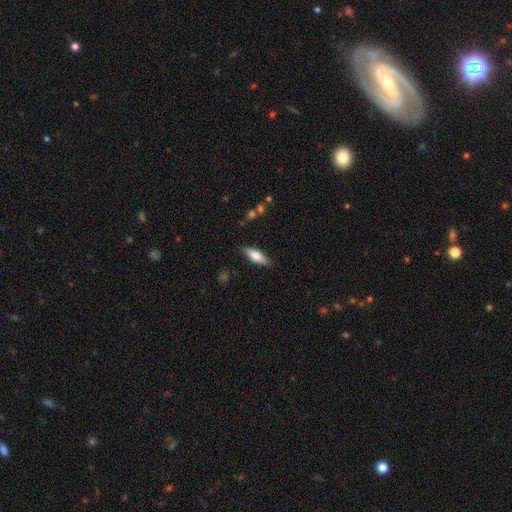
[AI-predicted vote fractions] This is likely a smooth galaxy (68%). How rounded: possibly in between (54%). Merging: clearly none (84%).